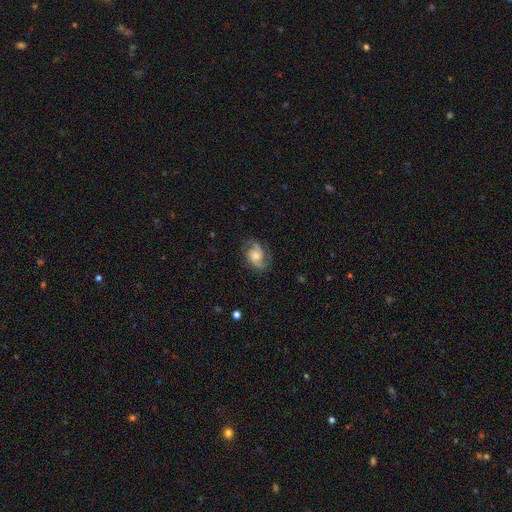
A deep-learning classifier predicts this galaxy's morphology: smooth_or_featured: featured or disk (p=0.77) [alt: smooth p=0.16]
disk_edge_on: no (p=0.97) [alt: yes p=0.03]
bar: no (p=0.66) [alt: weak p=0.28]
has_spiral_arms: yes (p=0.95) [alt: no p=0.05]
spiral_winding: medium (p=0.50) [alt: tight p=0.27]
spiral_arm_count: 2 (p=0.73) [alt: 3 p=0.10]
bulge_size: moderate (p=0.49) [alt: small p=0.34]
merging: none (p=0.72) [alt: minor disturbance p=0.18]